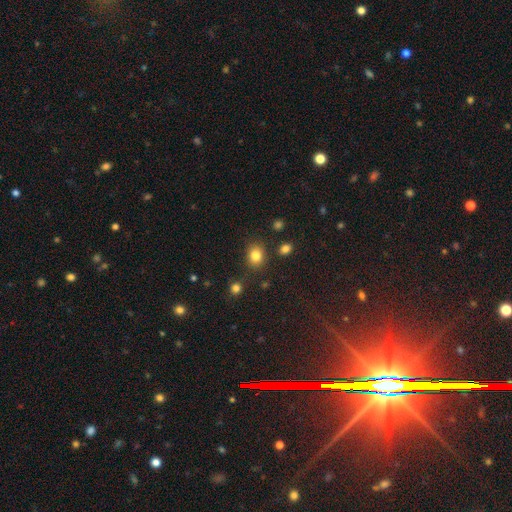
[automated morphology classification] type=smooth (83%); roundness=round (61%); merging=none (82%).